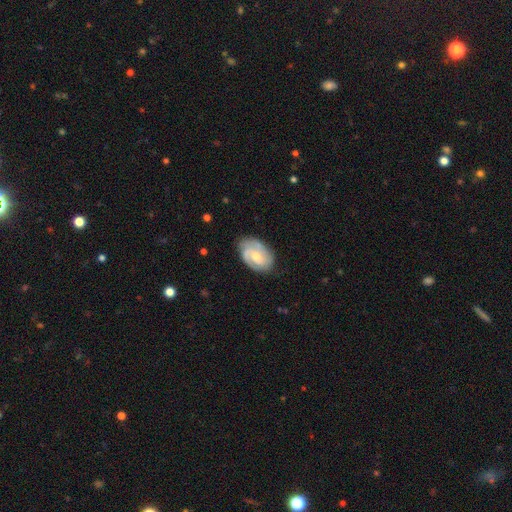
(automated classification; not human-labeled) A featured or disk galaxy (75%) with no bar (55%), 2 (47%) tight (49%) spiral arms (93%) and a moderate central bulge (52%).

Vote fractions:
- Smooth or featured? featured or disk: 75% / smooth: 20% / star or artifact: 5%
- Edge-on disk? no: 97% / yes: 3%
- Bar? no: 55% / weak: 39% / strong: 6%
- Spiral arms? yes: 93% / no: 7%
- Spiral winding? tight: 49% / medium: 40% / loose: 12%
- Spiral arm count? 2: 47% / 3: 22% / can't tell: 20% / 1: 5% / 4: 3% / more than 4: 3%
- Bulge size? moderate: 52% / small: 42% / large: 3% / none: 3% / dominant: 1%
- Merging? none: 74% / minor disturbance: 20% / major disturbance: 5% / merger: 1%